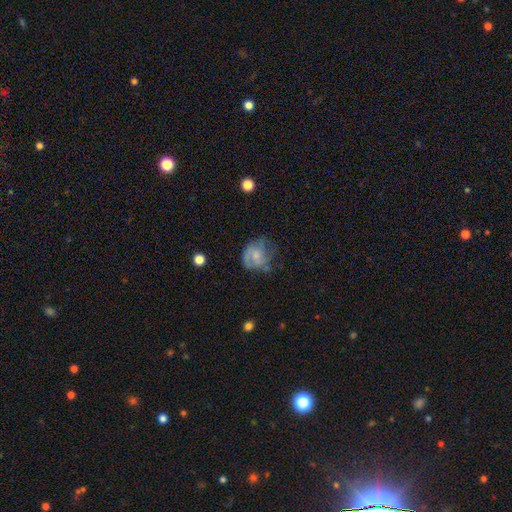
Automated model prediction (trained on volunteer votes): smooth-or-featured: smooth: 50% | featured or disk: 41% | star or artifact: 9%
  how-rounded: round: 65% | in between: 34% | cigar-shaped: 1%
  merging: none: 45% | minor disturbance: 29% | major disturbance: 23% | merger: 3%